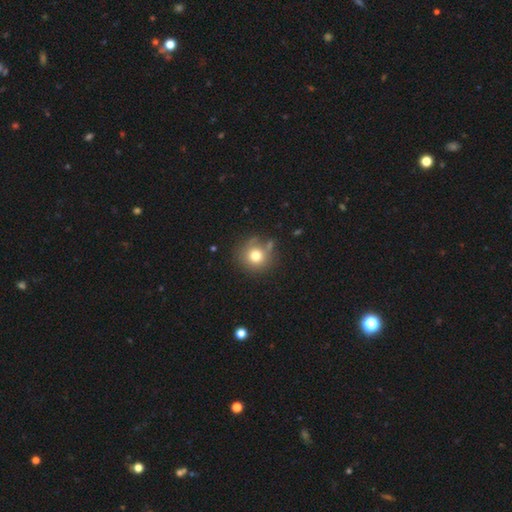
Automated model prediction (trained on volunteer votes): Overall: smooth (75%). How rounded: round (91%). Merging: none (74%).